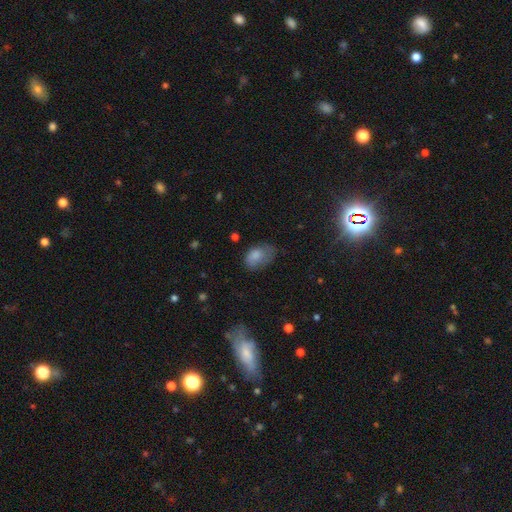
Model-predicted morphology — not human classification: Smooth or featured? smooth (80%)
How rounded? in between (86%)
Merging? none (45%)